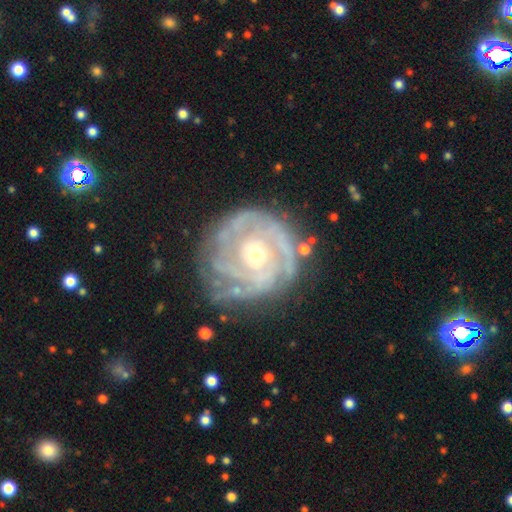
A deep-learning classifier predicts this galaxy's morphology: smooth-or-featured: featured or disk: 87% | smooth: 8% | star or artifact: 6%
  disk-edge-on: no: 97% | yes: 3%
    bar: no: 76% | weak: 19% | strong: 5%
    has-spiral-arms: yes: 93% | no: 7%
      spiral-winding: tight: 76% | medium: 20% | loose: 5%
      spiral-arm-count: can't tell: 35% | 3: 23% | 2: 17% | 4: 12% | more than 4: 7% | 1: 7%
    bulge-size: moderate: 56% | small: 40% | large: 3% | none: 1% | dominant: 1%
  merging: none: 68% | minor disturbance: 20% | major disturbance: 9% | merger: 2%